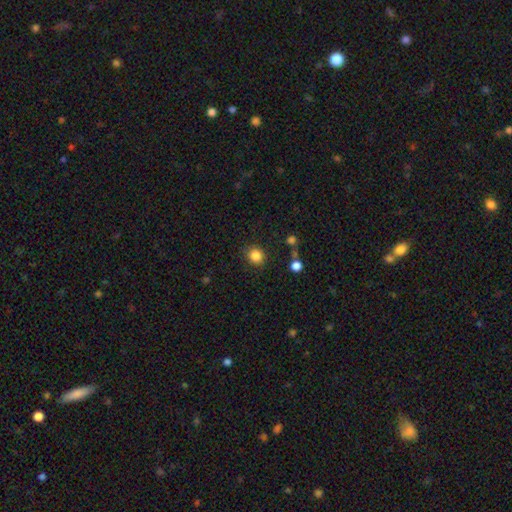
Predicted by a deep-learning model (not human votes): A smooth galaxy with no disk features (85%) that is round (80%).

Vote fractions:
- Smooth or featured? smooth: 85% / star or artifact: 11% / featured or disk: 4%
- How rounded? round: 80% / in between: 19% / cigar-shaped: 1%
- Merging? none: 85% / minor disturbance: 10% / major disturbance: 3% / merger: 2%